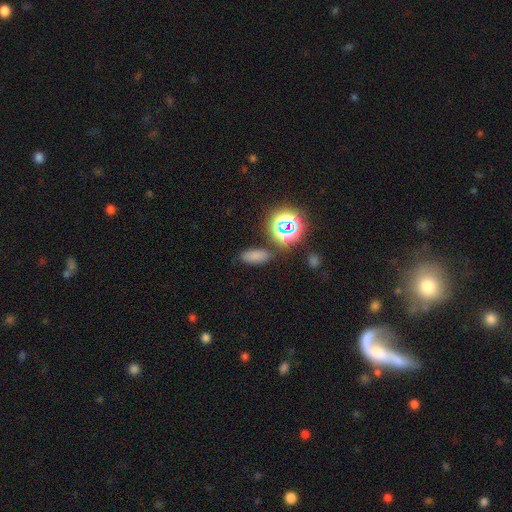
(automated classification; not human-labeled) Smooth or featured? Predicted: smooth (p=0.69). How rounded? Predicted: in between (p=0.80). Merging? Predicted: none (p=0.79).